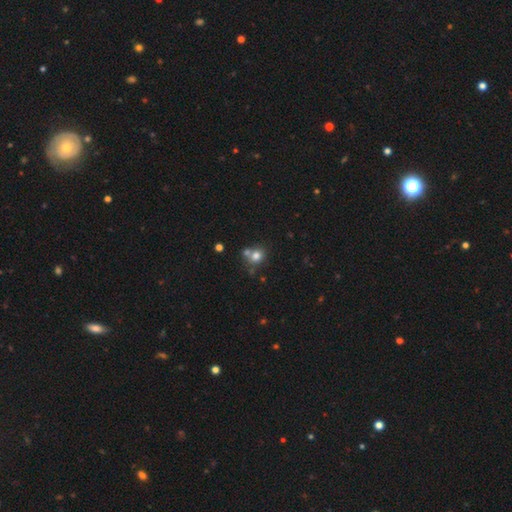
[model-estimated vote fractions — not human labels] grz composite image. It shows a smooth galaxy with no disk features (76%) that is round (79%). Merging: none (52%).